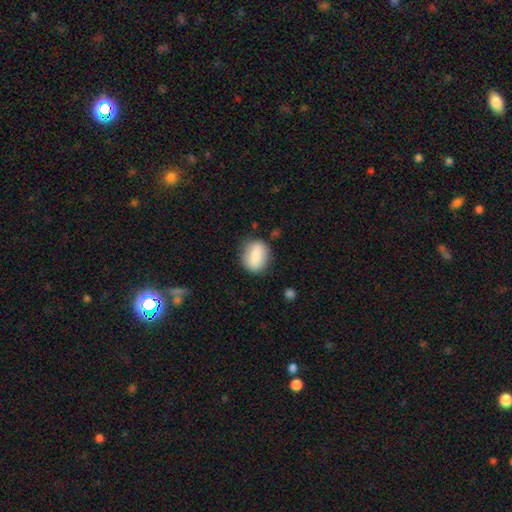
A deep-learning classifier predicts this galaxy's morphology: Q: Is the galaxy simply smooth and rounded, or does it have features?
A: smooth — 79%.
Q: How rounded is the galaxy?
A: in between — 55%.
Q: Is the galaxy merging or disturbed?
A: none — 78%.